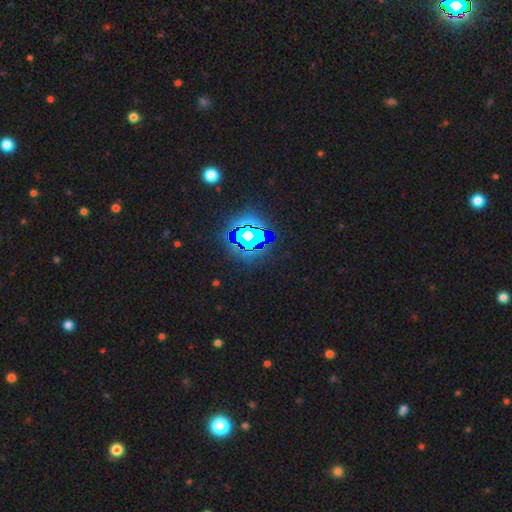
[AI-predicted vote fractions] Smooth or featured? Predicted: star or artifact (p=0.83).